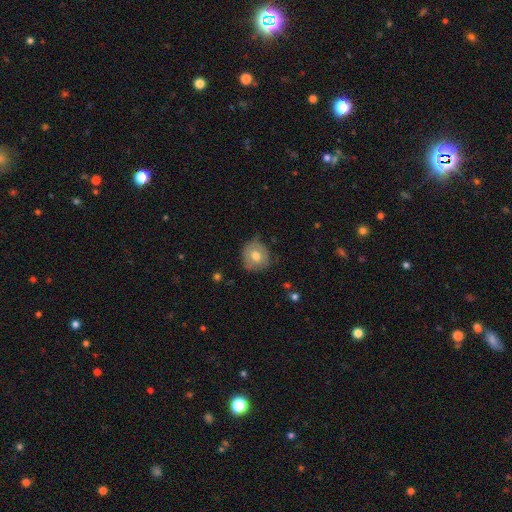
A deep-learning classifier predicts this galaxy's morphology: Smooth or featured: smooth — 69% (featured or disk — 23%)
How rounded: round — 88% (in between — 11%)
Merging: none — 77% (minor disturbance — 18%)